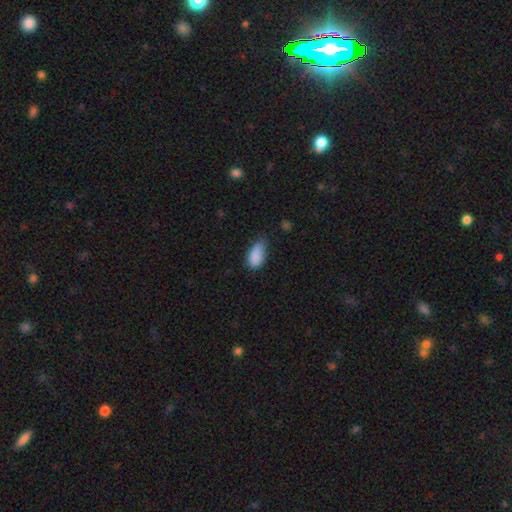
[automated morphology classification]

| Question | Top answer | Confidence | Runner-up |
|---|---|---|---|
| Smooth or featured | smooth | 87% | star or artifact (8%) |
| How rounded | in between | 91% | cigar-shaped (5%) |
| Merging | none | 55% | minor disturbance (36%) |